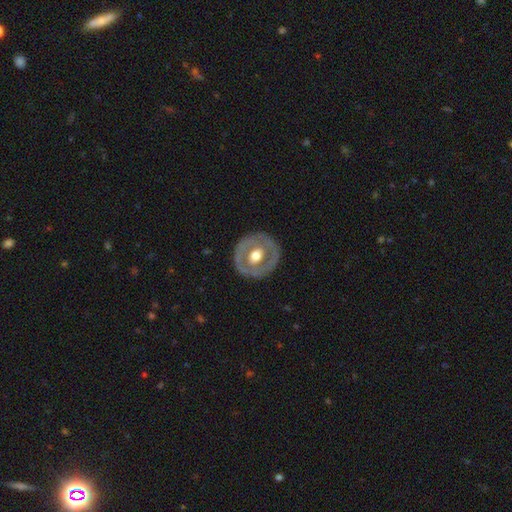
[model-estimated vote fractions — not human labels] Morphology: type=featured or disk (62%); edge-on=no (94%); bar=no (66%); spiral arms=no (84%); bulge=moderate (67%); merging=none (81%).